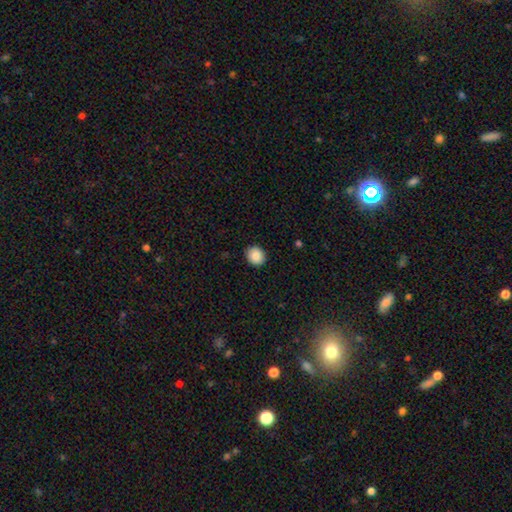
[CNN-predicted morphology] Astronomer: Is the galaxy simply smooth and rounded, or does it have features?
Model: smooth — 88%.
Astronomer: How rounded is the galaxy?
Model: round — 74%.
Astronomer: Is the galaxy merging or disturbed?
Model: none — 91%.